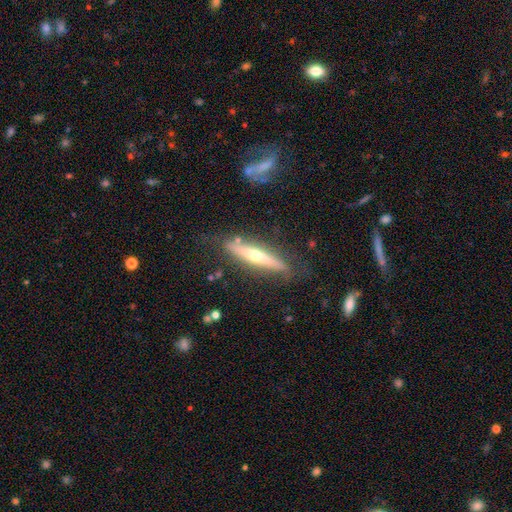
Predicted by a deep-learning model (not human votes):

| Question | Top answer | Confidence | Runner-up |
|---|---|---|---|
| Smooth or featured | featured or disk | 64% | smooth (29%) |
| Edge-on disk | yes | 88% | no (12%) |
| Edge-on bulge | rounded | 83% | none (14%) |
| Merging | none | 76% | minor disturbance (16%) |